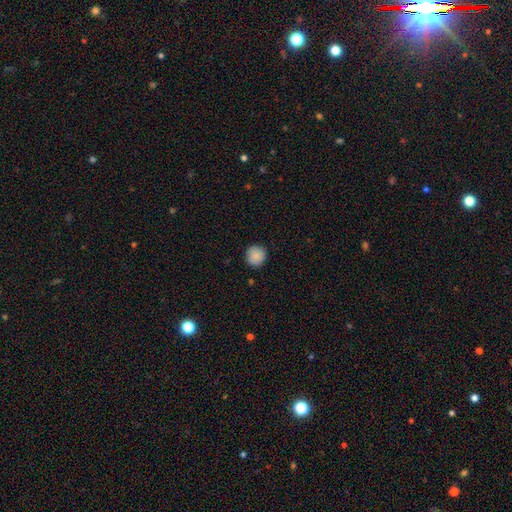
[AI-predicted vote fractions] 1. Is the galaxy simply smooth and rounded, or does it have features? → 88% smooth, 8% star or artifact, 5% featured or disk.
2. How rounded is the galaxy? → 94% round, 5% in between, 1% cigar-shaped.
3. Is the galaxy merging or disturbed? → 88% none, 9% minor disturbance, 2% major disturbance, 1% merger.